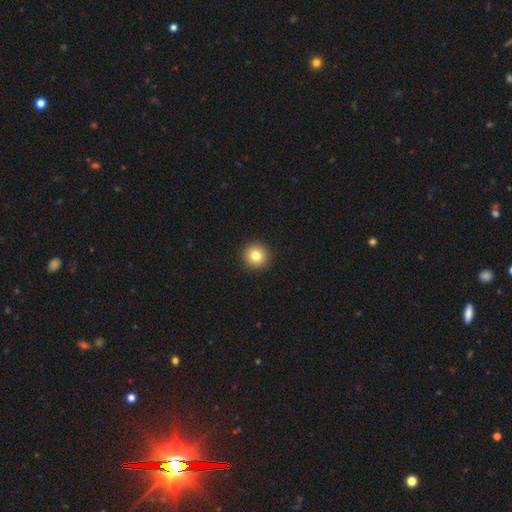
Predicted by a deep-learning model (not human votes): A smooth galaxy with no disk features (80%) that is round (95%). Merging: none (94%).